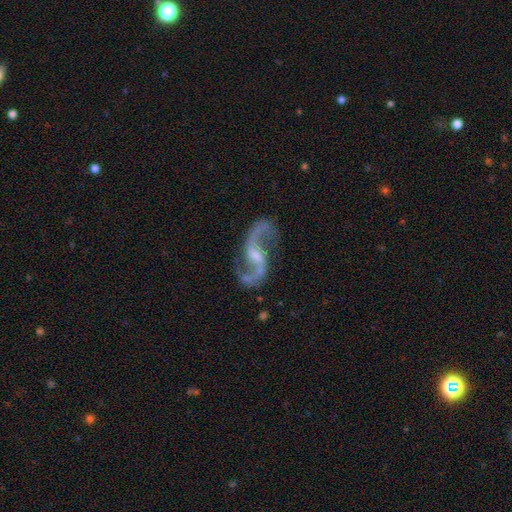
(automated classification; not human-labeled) Smooth or featured?
  - featured or disk: 93% *
  - star or artifact: 4%
  - smooth: 3%
Edge-on disk?
  - no: 98% *
  - yes: 2%
Bar?
  - weak: 50% *
  - no: 33%
  - strong: 18%
Spiral arms?
  - yes: 98% *
  - no: 2%
Spiral winding?
  - loose: 72% *
  - medium: 24%
  - tight: 4%
Spiral arm count?
  - 2: 94% *
  - 1: 1%
  - can't tell: 1%
  - 3: 1%
  - 4: 1%
  - more than 4: 1%
Bulge size?
  - small: 55% *
  - moderate: 30%
  - none: 12%
  - large: 2%
  - dominant: 1%
Merging?
  - none: 77% *
  - minor disturbance: 13%
  - major disturbance: 7%
  - merger: 2%